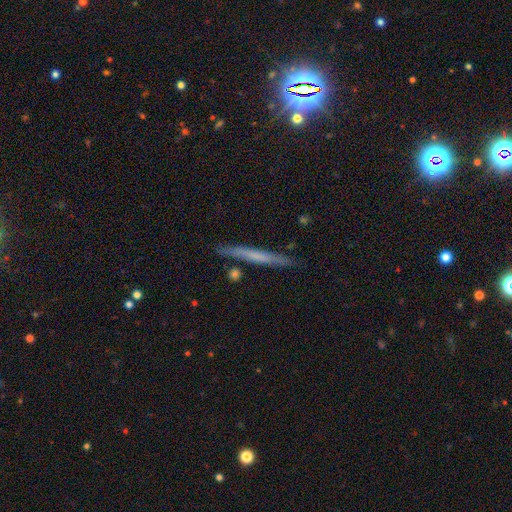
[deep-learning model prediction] The model was most divided on "smooth or featured": smooth: 48%, featured or disk: 45%, star or artifact: 7%. More confident: merging — none (86%).